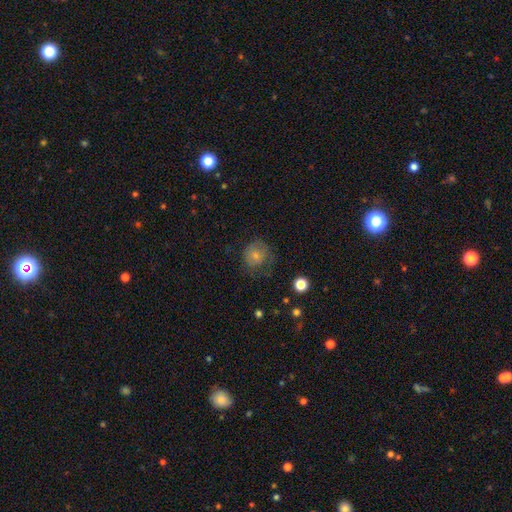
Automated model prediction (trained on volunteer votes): A smooth galaxy with no disk features (72%) that is round (85%). Merging: none (58%).